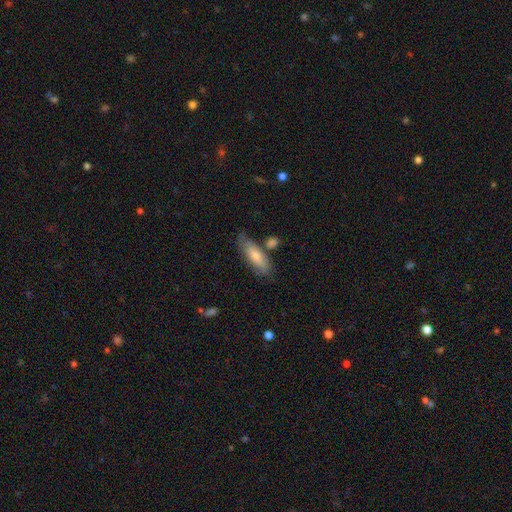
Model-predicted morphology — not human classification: Smooth or featured: smooth — 70% (featured or disk — 24%)
How rounded: in between — 63% (cigar-shaped — 35%)
Merging: none — 63% (minor disturbance — 22%)